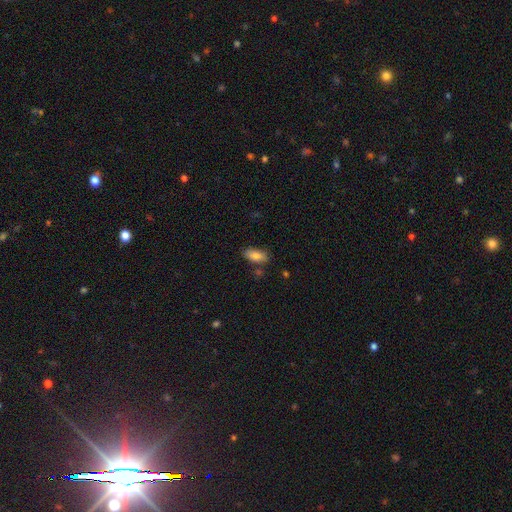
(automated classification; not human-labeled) A smooth galaxy with no disk features (82%) that is in between round and cigar-shaped (86%).

Vote fractions:
- Smooth or featured? smooth: 82% / featured or disk: 10% / star or artifact: 8%
- How rounded? in between: 86% / cigar-shaped: 12% / round: 2%
- Merging? none: 79% / minor disturbance: 13% / merger: 5% / major disturbance: 3%